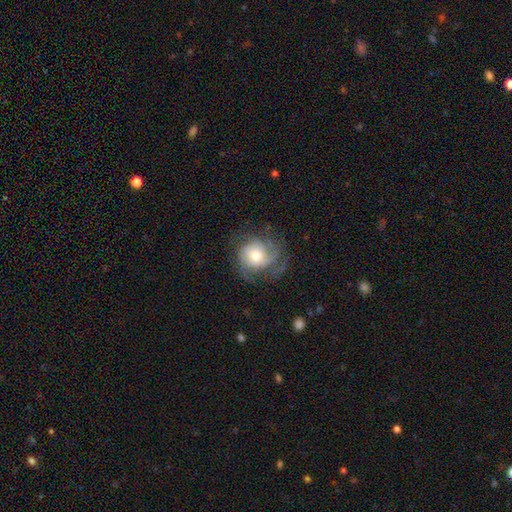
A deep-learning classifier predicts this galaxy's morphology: The model was most divided on "spiral winding": medium: 41%, tight: 38%, loose: 21%. Remaining: edge-on disk — no (97%); spiral arms — yes (89%); bar — no (73%); smooth or featured — featured or disk (63%); bulge size — moderate (63%); merging — none (60%); spiral arm count — 3 (32%).